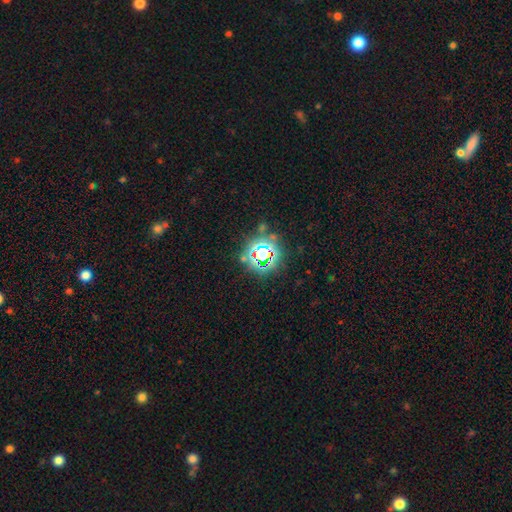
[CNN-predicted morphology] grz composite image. It shows a star or artifact, not a galaxy (76%).